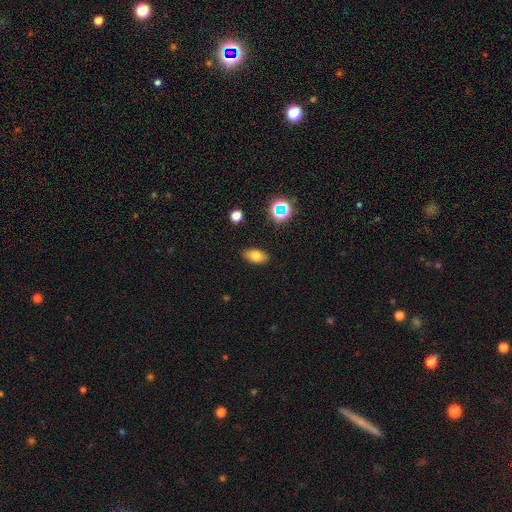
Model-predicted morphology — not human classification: This appears to be a smooth galaxy with no disk features (76%) that is in between round and cigar-shaped (89%). Merging: none (86%).